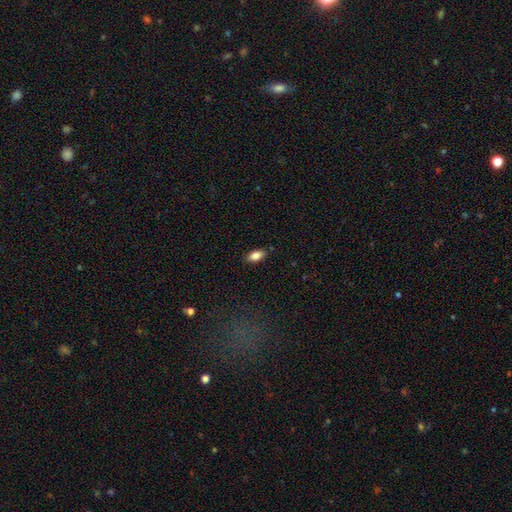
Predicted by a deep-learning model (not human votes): A smooth galaxy with no disk features (83%) that is in between round and cigar-shaped (89%). Merging: none (86%).